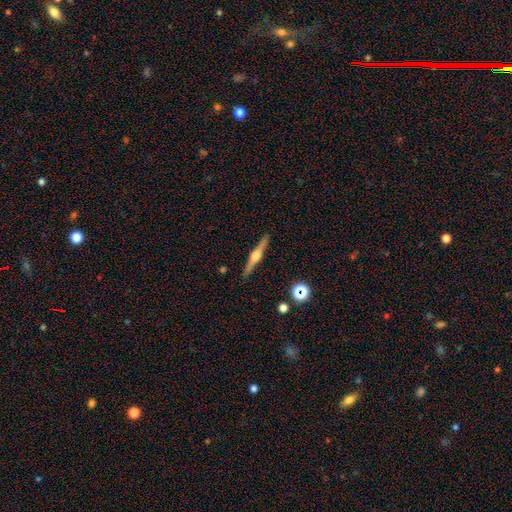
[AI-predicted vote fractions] Overall: featured or disk (77%). Edge-on disk: yes (98%). Edge-on bulge: rounded (87%). Merging: none (91%).